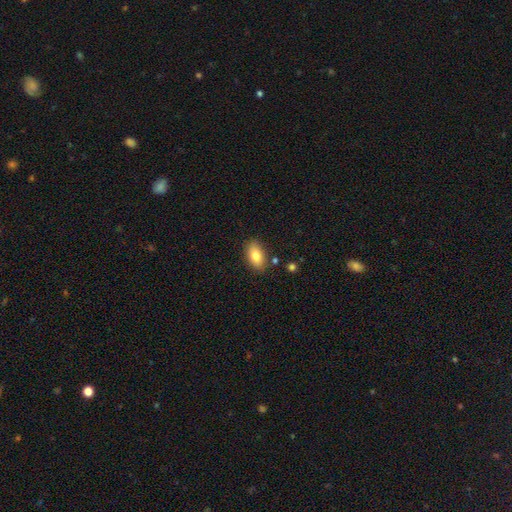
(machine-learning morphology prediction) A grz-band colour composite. It shows a smooth galaxy with no disk features (81%) that is in between round and cigar-shaped (91%). Merging: none (84%).